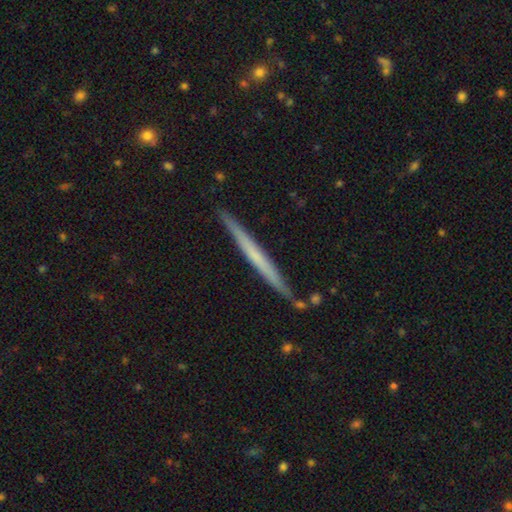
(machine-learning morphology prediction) Smooth or featured? featured or disk (50%)
Edge-on disk? yes (97%)
Merging? none (89%)